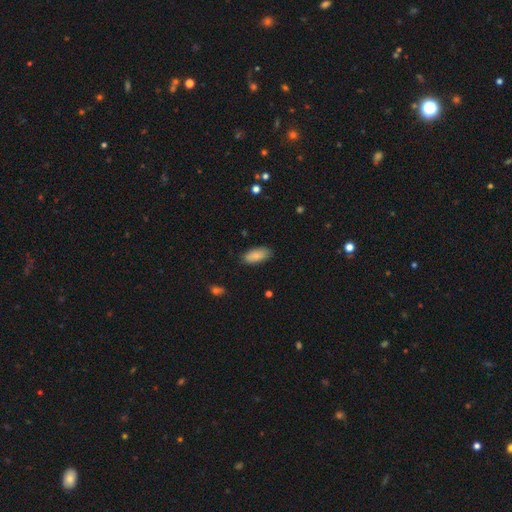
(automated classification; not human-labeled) This appears to be a smooth galaxy with no disk features (82%) that is in between round and cigar-shaped (91%). Merging: none (83%).